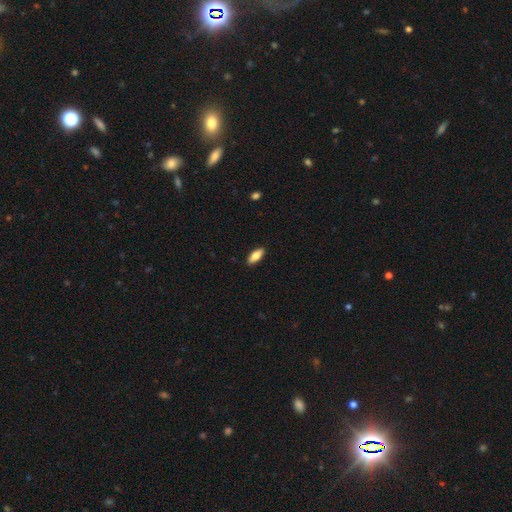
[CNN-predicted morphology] This is likely a smooth galaxy (79%). How rounded: likely in between (78%). Merging: clearly none (90%).